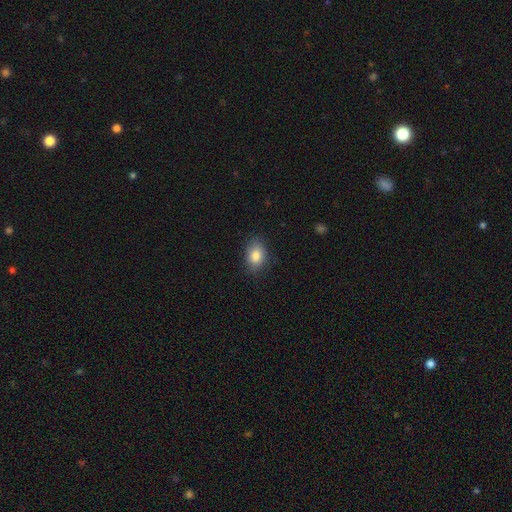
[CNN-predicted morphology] smooth-or-featured: smooth: 85% | star or artifact: 9% | featured or disk: 7%
  how-rounded: in between: 77% | round: 22% | cigar-shaped: 1%
  merging: none: 81% | minor disturbance: 14% | major disturbance: 3% | merger: 1%